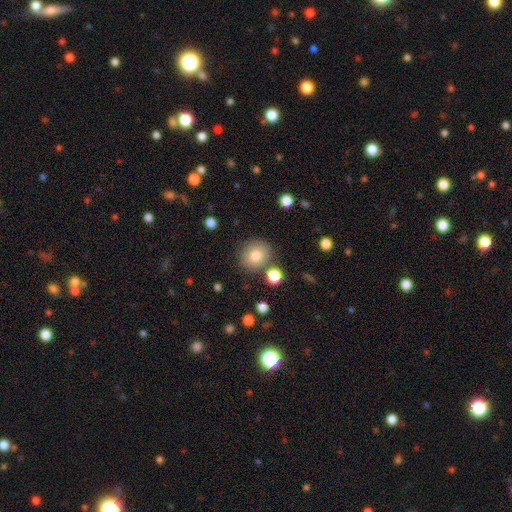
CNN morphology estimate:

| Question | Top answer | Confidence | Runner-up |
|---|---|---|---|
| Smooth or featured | smooth | 79% | star or artifact (11%) |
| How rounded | round | 84% | in between (15%) |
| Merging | none | 81% | minor disturbance (10%) |